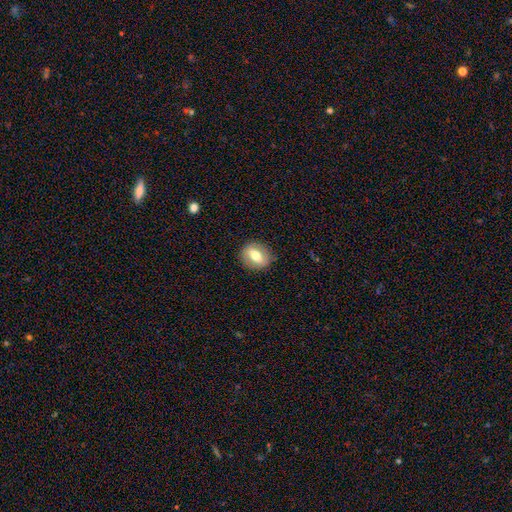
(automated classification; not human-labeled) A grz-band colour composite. It shows a smooth galaxy with no disk features (53%) that is round (51%). Merging: none (85%).